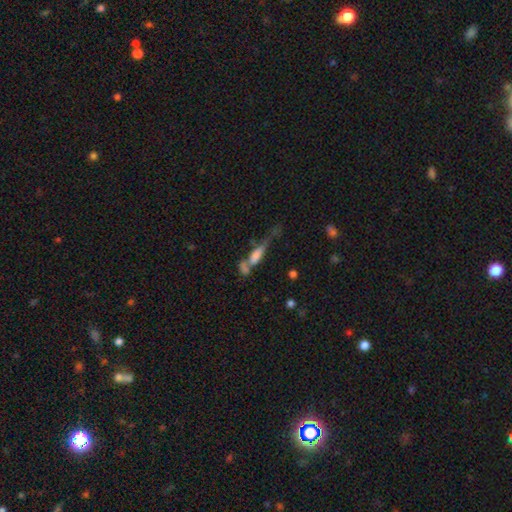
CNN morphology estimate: Smooth or featured?
  - smooth: 57% *
  - featured or disk: 32%
  - star or artifact: 12%
How rounded?
  - cigar-shaped: 49% *
  - in between: 47%
  - round: 5%
Merging?
  - merger: 48% *
  - none: 23%
  - major disturbance: 15%
  - minor disturbance: 13%